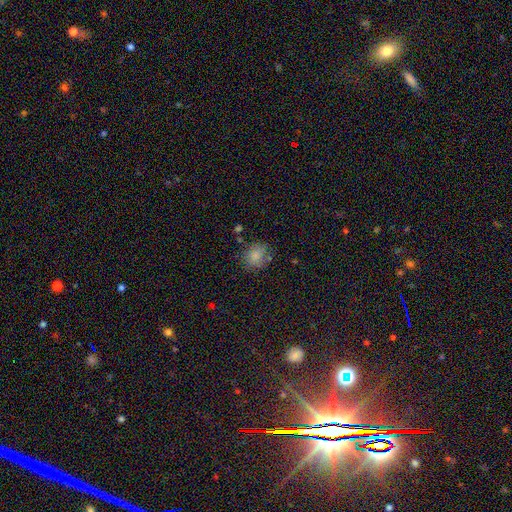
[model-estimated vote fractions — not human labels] Q: Smooth or featured?
A: smooth (82%); runner-up: star or artifact (10%)
Q: How rounded?
A: round (67%); runner-up: in between (32%)
Q: Merging?
A: none (70%); runner-up: minor disturbance (19%)